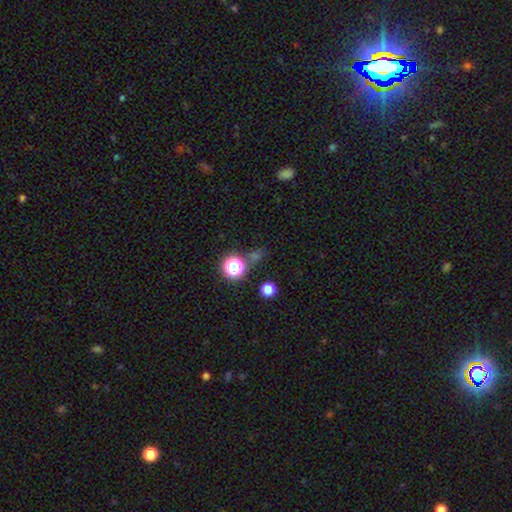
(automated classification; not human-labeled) smooth_or_featured: star or artifact (p=0.54) [alt: smooth p=0.39]